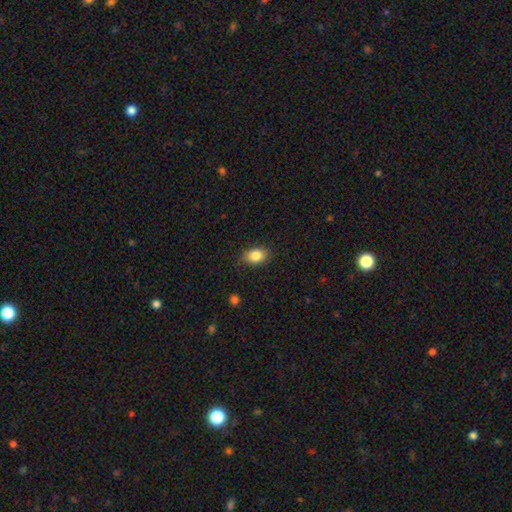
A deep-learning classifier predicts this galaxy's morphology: smooth 85%, star or artifact 8%, featured or disk 7%. Down the decision tree: how rounded — in between (80%); merging — none (85%).